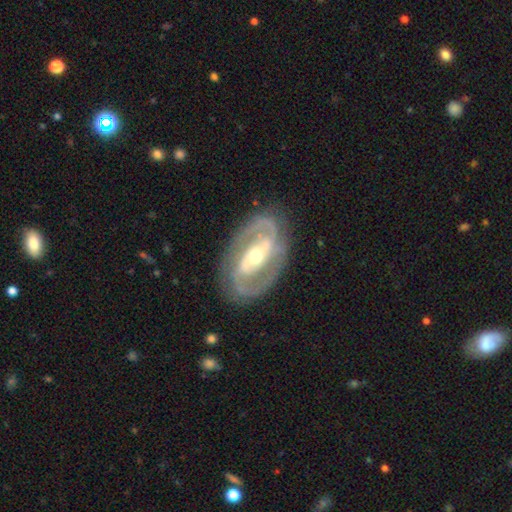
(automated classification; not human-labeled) Q: Smooth or featured?
A: featured or disk (88%); runner-up: smooth (8%)
Q: Edge-on disk?
A: no (96%); runner-up: yes (4%)
Q: Bar?
A: strong (41%); runner-up: weak (34%)
Q: Spiral arms?
A: yes (91%); runner-up: no (9%)
Q: Spiral winding?
A: medium (46%); runner-up: tight (39%)
Q: Spiral arm count?
A: 2 (87%); runner-up: can't tell (5%)
Q: Bulge size?
A: moderate (65%); runner-up: small (28%)
Q: Merging?
A: none (81%); runner-up: minor disturbance (12%)